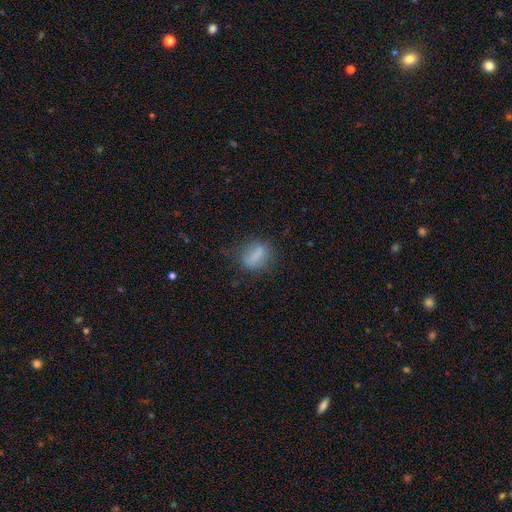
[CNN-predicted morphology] smooth 69%, featured or disk 21%, star or artifact 10%. Down the decision tree: how rounded — in between (59%); merging — none (66%).